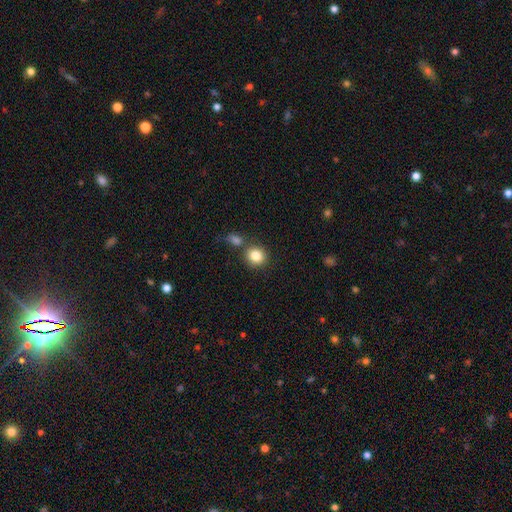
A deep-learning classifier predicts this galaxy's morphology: Smooth or featured? Predicted: smooth (p=0.84). How rounded? Predicted: round (p=0.82). Merging? Predicted: none (p=0.69).